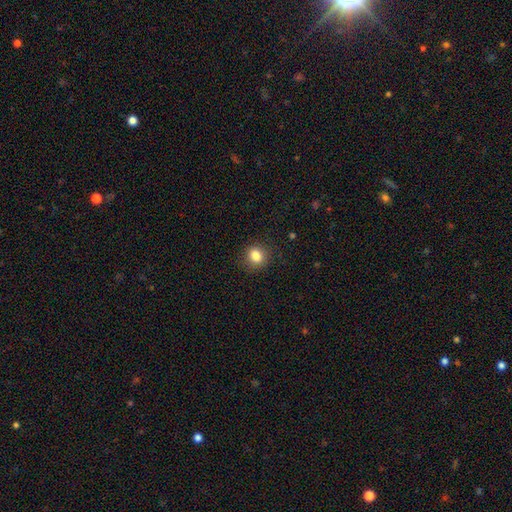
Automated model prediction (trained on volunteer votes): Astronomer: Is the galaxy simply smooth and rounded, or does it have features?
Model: smooth — 84%.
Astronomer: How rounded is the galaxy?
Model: round — 75%.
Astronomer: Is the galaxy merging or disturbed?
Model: none — 88%.